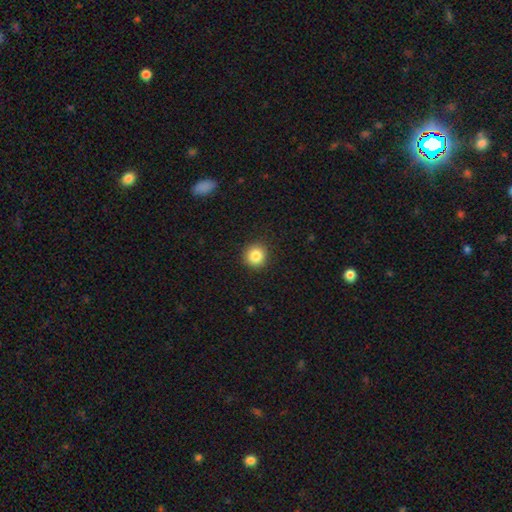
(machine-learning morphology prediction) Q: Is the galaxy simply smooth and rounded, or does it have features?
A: smooth — 85%.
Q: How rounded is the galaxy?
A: round — 93%.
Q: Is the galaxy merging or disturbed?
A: none — 91%.